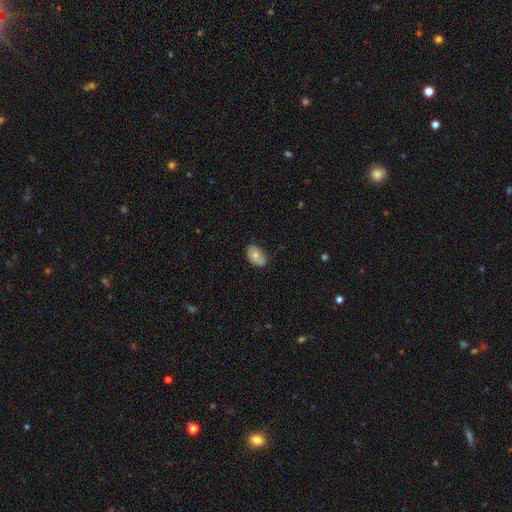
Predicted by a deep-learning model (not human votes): smooth 72%, featured or disk 20%, star or artifact 7%. Down the decision tree: how rounded — in between (89%); merging — none (63%).